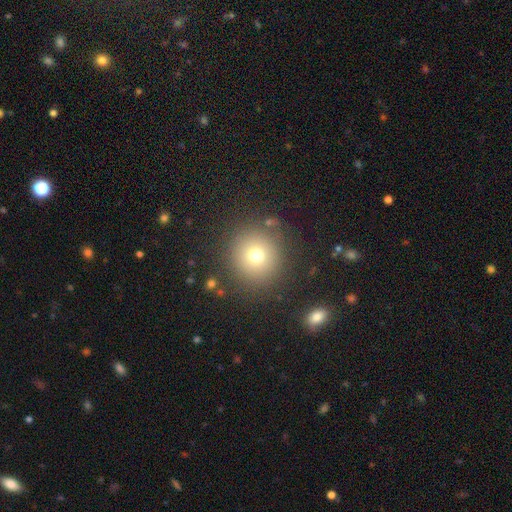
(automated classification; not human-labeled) This is likely a smooth galaxy (72%). How rounded: clearly round (93%). Merging: clearly none (86%).